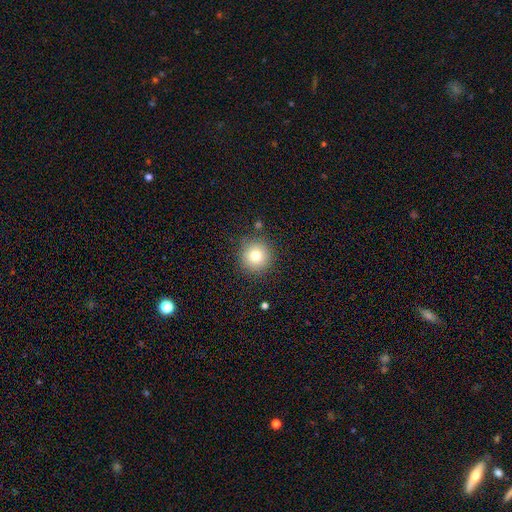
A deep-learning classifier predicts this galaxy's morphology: smooth 78%, star or artifact 12%, featured or disk 10%. Down the decision tree: how rounded — round (95%); merging — none (87%).